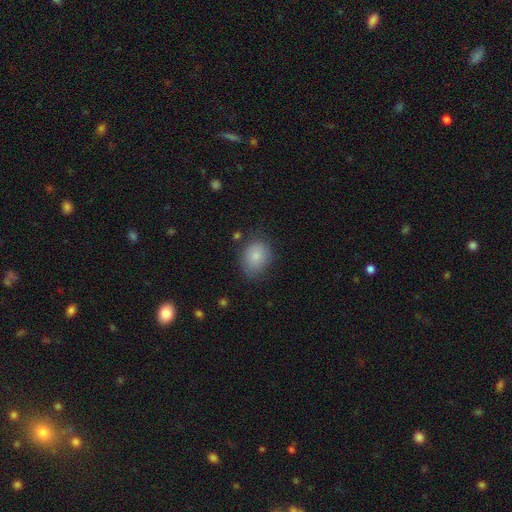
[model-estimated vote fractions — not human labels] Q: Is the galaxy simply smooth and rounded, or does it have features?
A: smooth — 84%.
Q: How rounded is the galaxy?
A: in between — 53%.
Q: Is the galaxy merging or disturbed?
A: none — 70%.